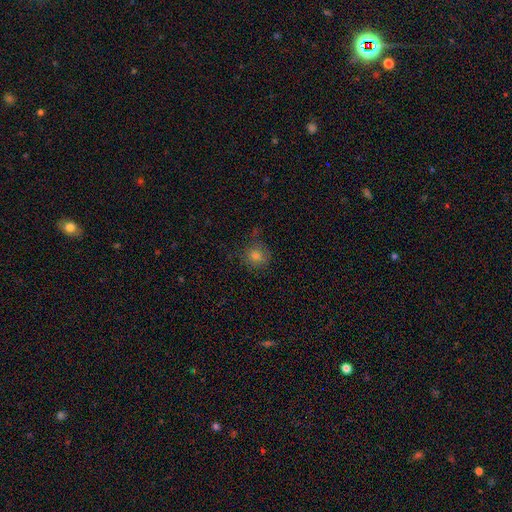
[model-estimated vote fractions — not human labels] This is likely a smooth galaxy (76%). How rounded: clearly round (86%). Merging: likely none (78%).